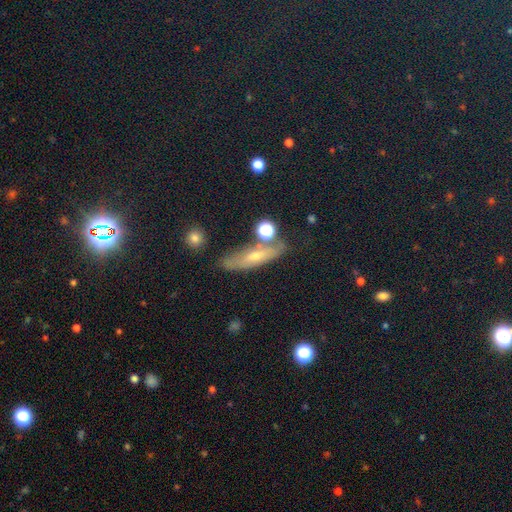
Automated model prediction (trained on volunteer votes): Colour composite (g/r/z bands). It shows a smooth galaxy with no disk features (45%). Merging: none (73%).